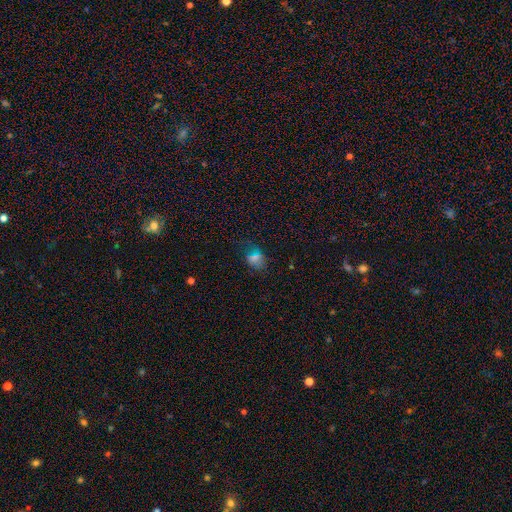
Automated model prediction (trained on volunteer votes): Smooth or featured? Predicted: smooth (p=0.56). How rounded? Predicted: in between (p=0.70). Merging? Predicted: none (p=0.58).